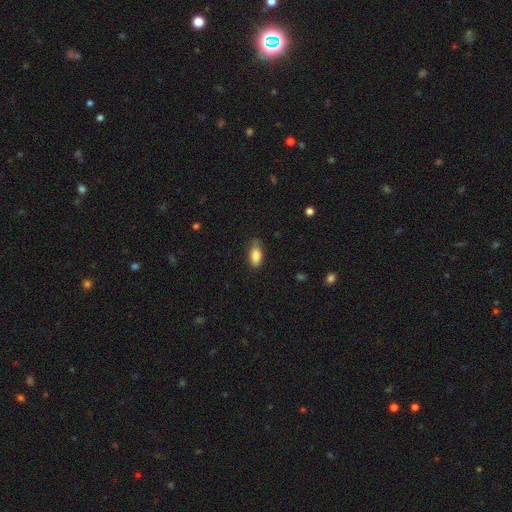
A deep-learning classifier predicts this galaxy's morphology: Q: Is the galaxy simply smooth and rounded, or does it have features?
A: smooth — 86%.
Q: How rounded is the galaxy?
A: in between — 89%.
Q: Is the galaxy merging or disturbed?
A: none — 64%.